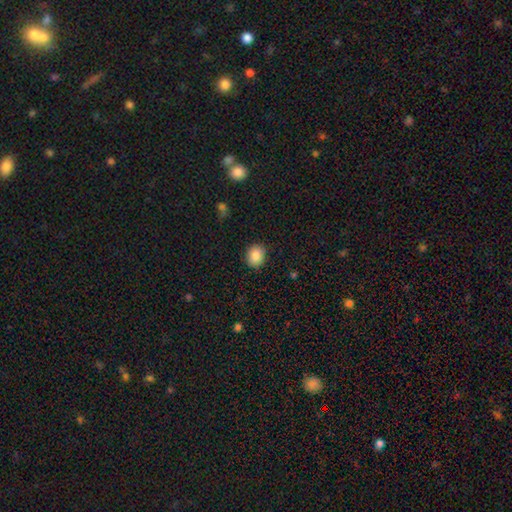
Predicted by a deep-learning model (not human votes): Q: Smooth or featured?
A: smooth (87%); runner-up: star or artifact (9%)
Q: How rounded?
A: round (67%); runner-up: in between (32%)
Q: Merging?
A: none (90%); runner-up: minor disturbance (7%)